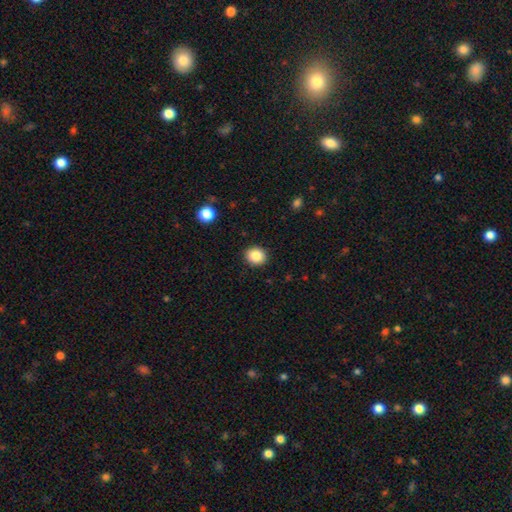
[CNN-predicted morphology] This appears to be a smooth galaxy with no disk features (86%) that is round (72%). Merging: none (91%).